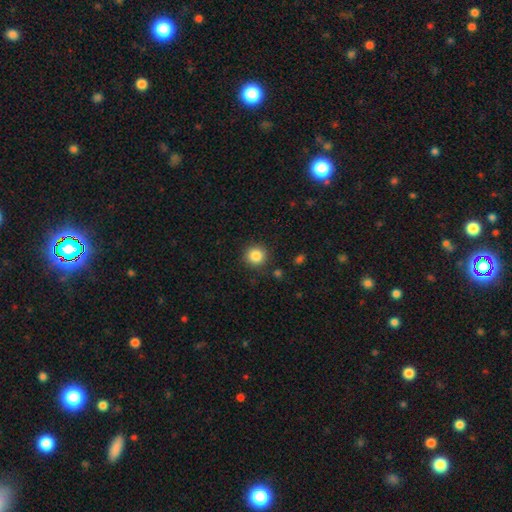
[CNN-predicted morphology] type=smooth (86%); roundness=round (93%); merging=none (90%).